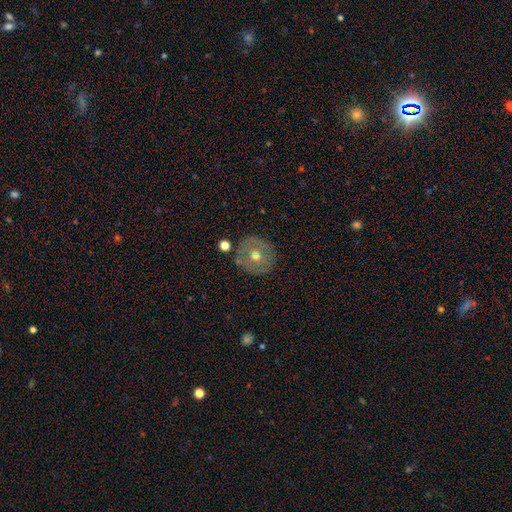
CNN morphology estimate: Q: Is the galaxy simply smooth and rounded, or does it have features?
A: smooth — 50%.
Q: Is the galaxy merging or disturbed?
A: none — 78%.